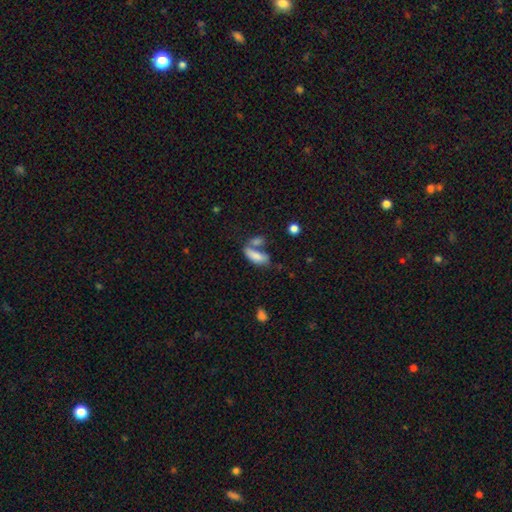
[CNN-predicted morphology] smooth 80%, featured or disk 12%, star or artifact 8%. Down the decision tree: how rounded — in between (75%); merging — merger (41%).